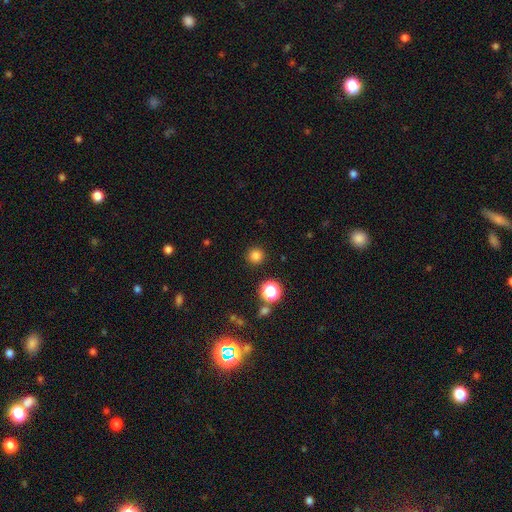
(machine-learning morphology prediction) type=smooth (80%); roundness=round (95%); merging=none (91%).